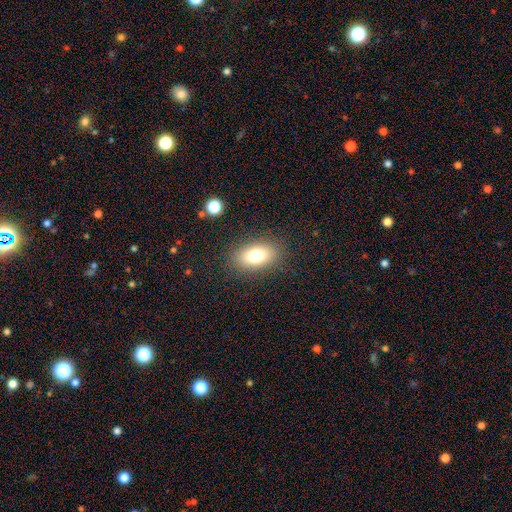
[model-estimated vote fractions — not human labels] Morphology: type=smooth (76%); roundness=in between (87%); merging=none (86%).